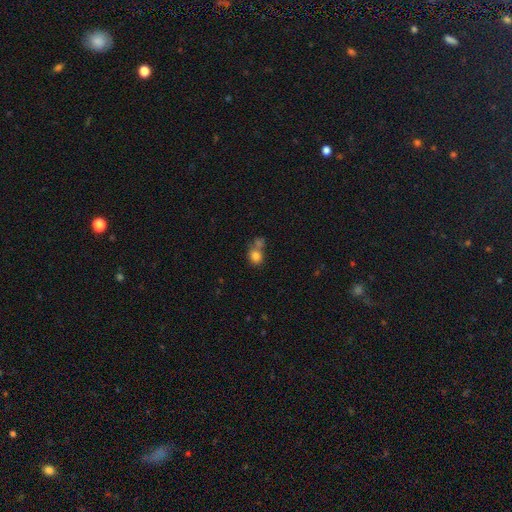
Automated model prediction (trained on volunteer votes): Smooth or featured? Predicted: smooth (p=0.80). How rounded? Predicted: round (p=0.66). Merging? Predicted: merger (p=0.44).